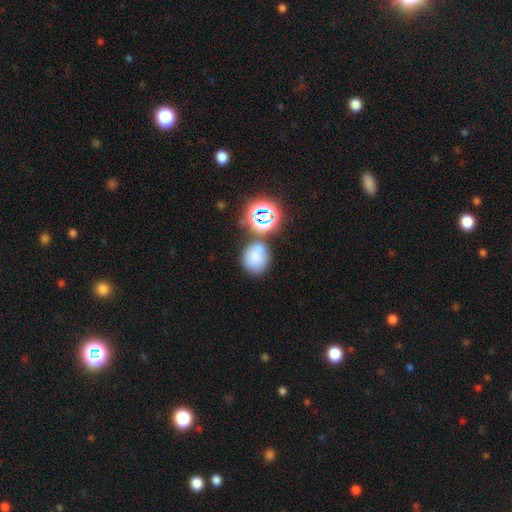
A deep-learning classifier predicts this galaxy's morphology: Smooth or featured? Predicted: smooth (p=0.69). How rounded? Predicted: round (p=0.74). Merging? Predicted: none (p=0.56).